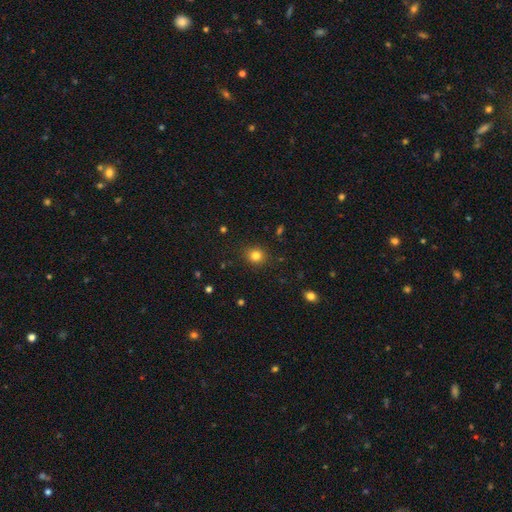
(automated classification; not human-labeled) smooth-or-featured: smooth: 81% | star or artifact: 13% | featured or disk: 5%
  how-rounded: round: 85% | in between: 14% | cigar-shaped: 1%
  merging: none: 89% | minor disturbance: 7% | major disturbance: 2% | merger: 1%